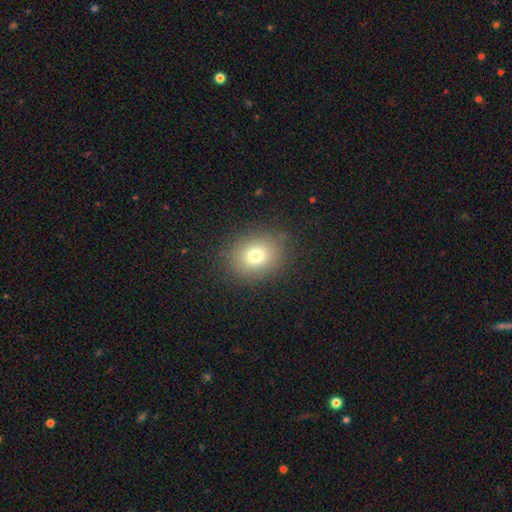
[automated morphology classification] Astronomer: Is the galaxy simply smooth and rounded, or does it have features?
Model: smooth — 76%.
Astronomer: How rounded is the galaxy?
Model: round — 65%.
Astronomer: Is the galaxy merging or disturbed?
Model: none — 86%.